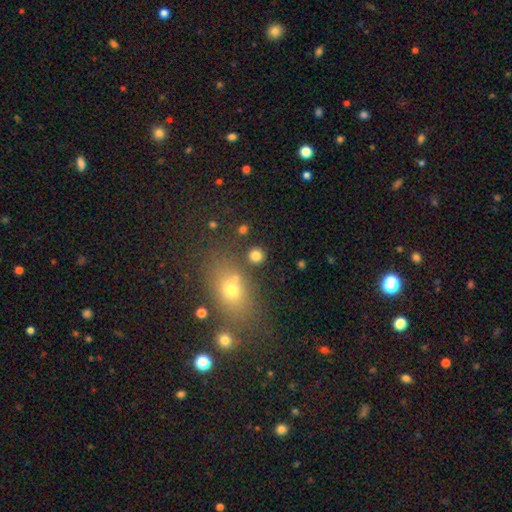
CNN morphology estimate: A smooth galaxy with no disk features (81%) that is round (87%).

Vote fractions:
- Smooth or featured? smooth: 81% / star or artifact: 13% / featured or disk: 6%
- How rounded? round: 87% / in between: 12% / cigar-shaped: 1%
- Merging? none: 82% / merger: 7% / minor disturbance: 7% / major disturbance: 3%